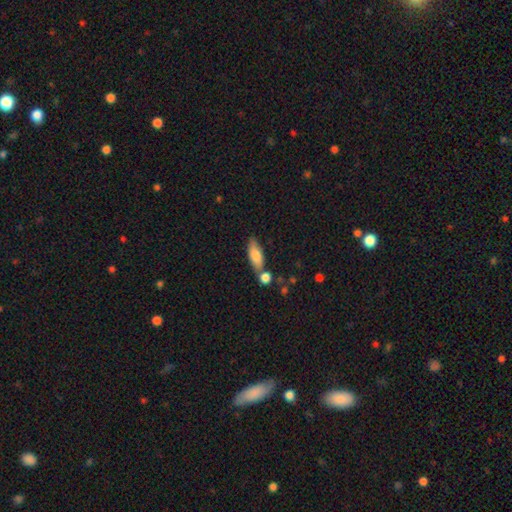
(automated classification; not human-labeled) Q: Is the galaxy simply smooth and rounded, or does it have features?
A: smooth — 75%.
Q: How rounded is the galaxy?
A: in between — 69%.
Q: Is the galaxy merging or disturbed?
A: none — 54%.